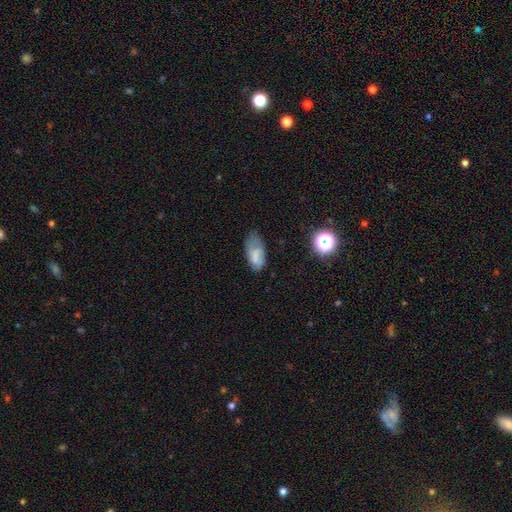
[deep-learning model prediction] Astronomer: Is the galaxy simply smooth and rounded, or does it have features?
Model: smooth — 70%.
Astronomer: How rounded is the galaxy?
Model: in between — 91%.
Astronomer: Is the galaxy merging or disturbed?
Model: none — 43% (runner-up: minor disturbance, 37%).